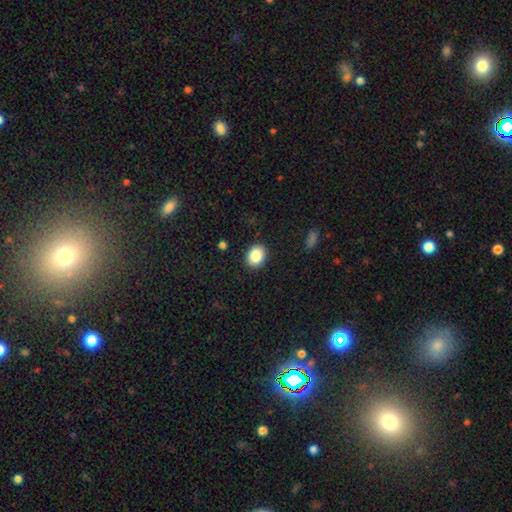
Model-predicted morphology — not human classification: This appears to be a smooth galaxy with no disk features (86%) that is in between round and cigar-shaped (55%). Merging: none (90%).